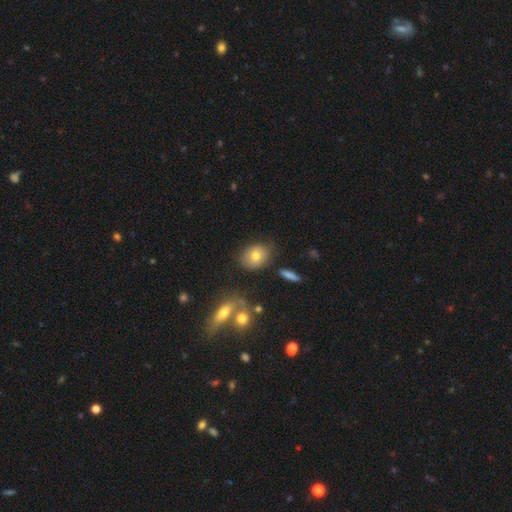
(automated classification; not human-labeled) smooth 71%, featured or disk 20%, star or artifact 9%. Down the decision tree: how rounded — in between (55%); merging — none (69%).